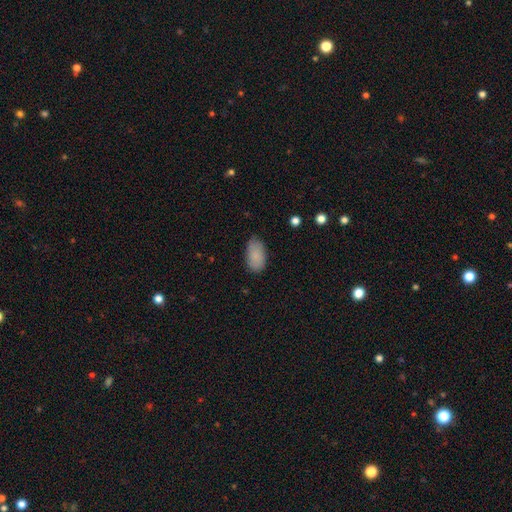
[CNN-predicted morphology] This is clearly a smooth galaxy (87%). How rounded: clearly in between (94%). Merging: likely none (77%).